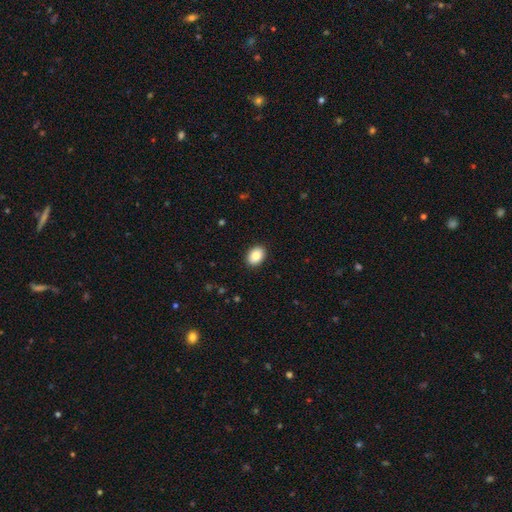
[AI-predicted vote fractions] smooth-or-featured: smooth: 87% | star or artifact: 7% | featured or disk: 5%
  how-rounded: in between: 73% | round: 26% | cigar-shaped: 1%
  merging: none: 90% | minor disturbance: 7% | major disturbance: 2% | merger: 1%